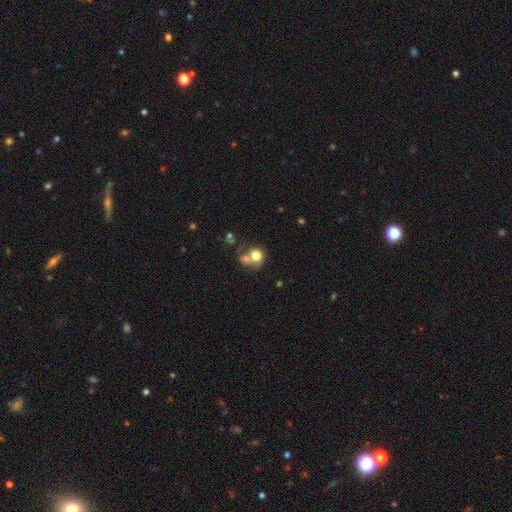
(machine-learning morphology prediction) Q: Smooth or featured?
A: smooth (74%); runner-up: featured or disk (15%)
Q: How rounded?
A: round (75%); runner-up: in between (24%)
Q: Merging?
A: merger (49%); runner-up: none (32%)